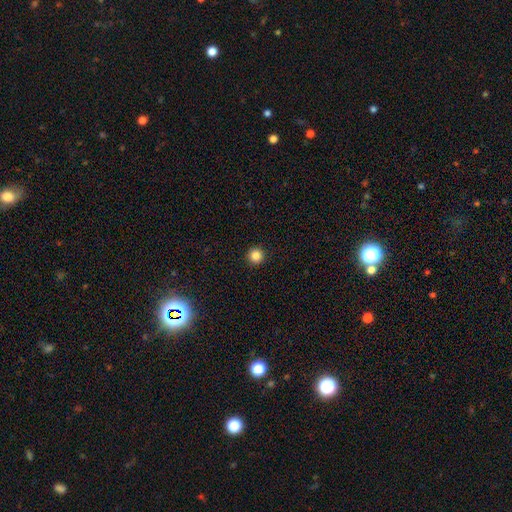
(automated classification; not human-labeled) Morphology: type=smooth (85%); roundness=round (96%); merging=none (94%).